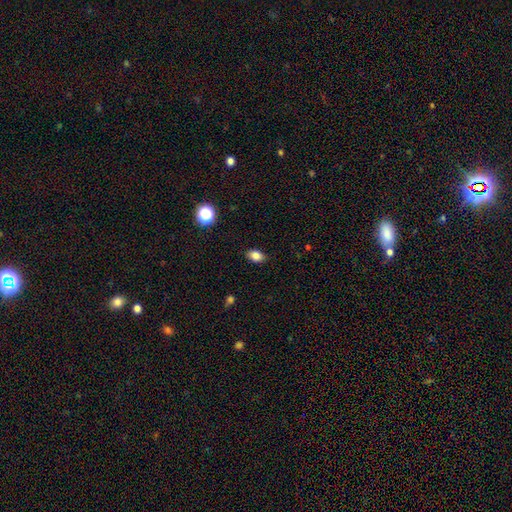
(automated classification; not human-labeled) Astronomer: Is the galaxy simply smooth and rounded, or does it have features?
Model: smooth — 84%.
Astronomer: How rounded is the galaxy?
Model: in between — 81%.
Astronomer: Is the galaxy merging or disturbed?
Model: none — 87%.